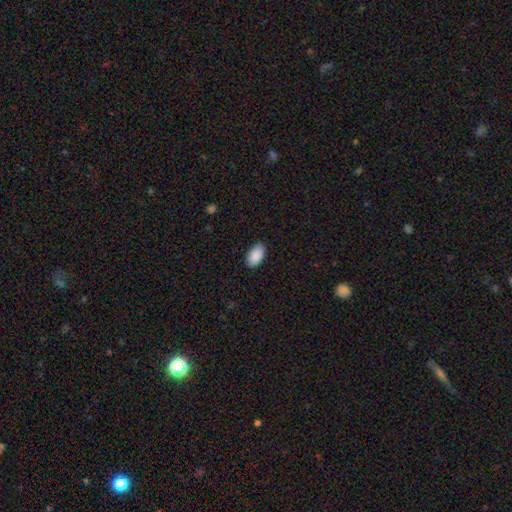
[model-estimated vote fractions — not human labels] The model was most divided on "merging": none: 87%, minor disturbance: 10%, major disturbance: 2%, merger: 1%. More confident: how rounded — in between (95%); smooth or featured — smooth (90%).